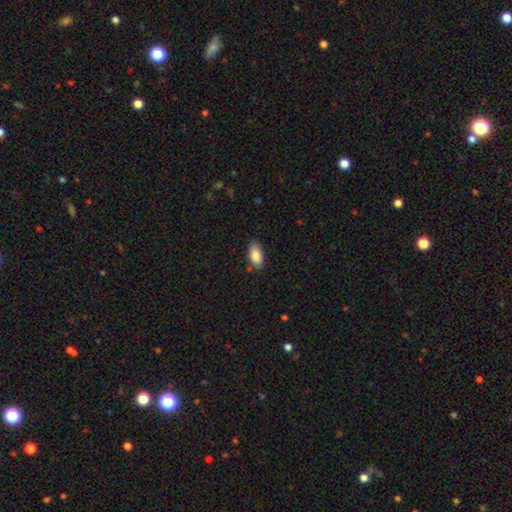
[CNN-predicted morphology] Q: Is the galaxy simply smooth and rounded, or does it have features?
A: smooth — 87%.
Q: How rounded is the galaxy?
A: in between — 91%.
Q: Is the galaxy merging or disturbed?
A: none — 79%.